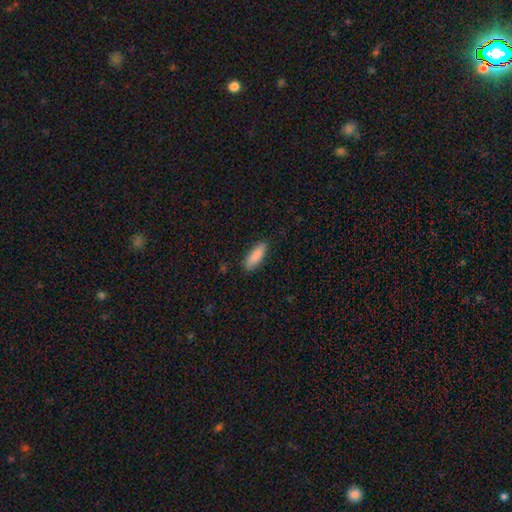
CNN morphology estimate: This appears to be a smooth galaxy with no disk features (89%) that is in between round and cigar-shaped (63%). Merging: none (85%).